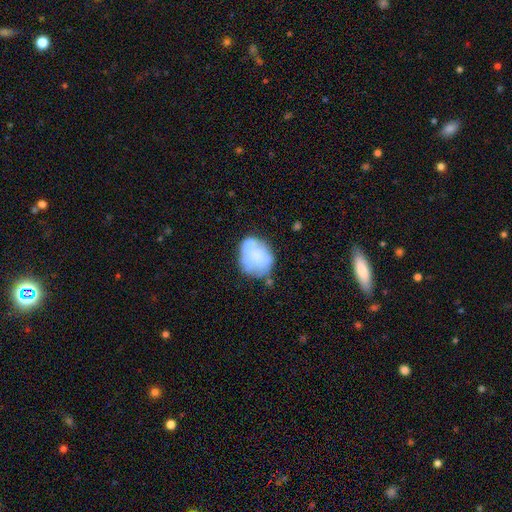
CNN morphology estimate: This is likely a smooth galaxy (61%). How rounded: possibly in between (57%). Merging: possibly none (51%).